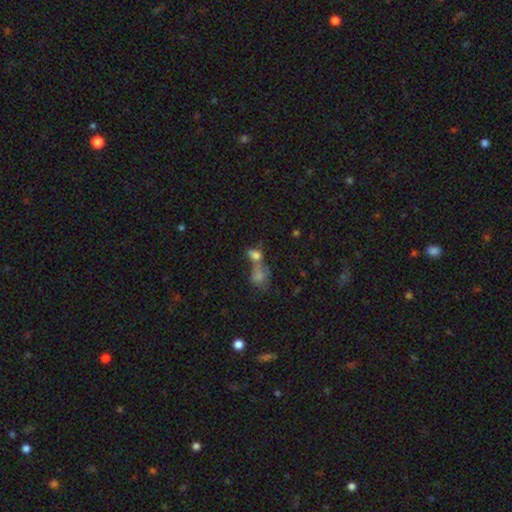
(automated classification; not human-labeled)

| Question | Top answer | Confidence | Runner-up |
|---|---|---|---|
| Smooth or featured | smooth | 69% | featured or disk (16%) |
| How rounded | in between | 65% | round (29%) |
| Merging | merger | 59% | none (24%) |